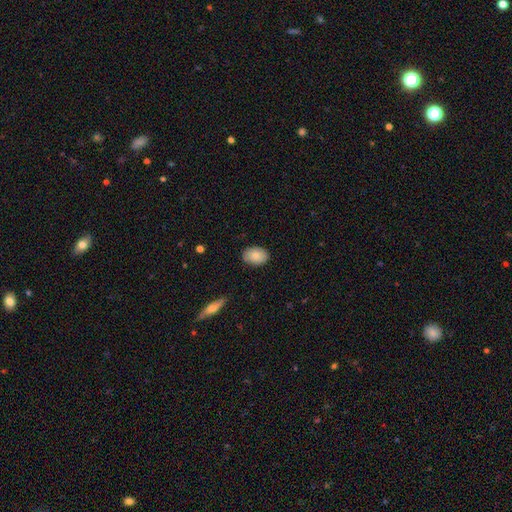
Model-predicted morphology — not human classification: Smooth or featured?
  - smooth: 82% *
  - featured or disk: 11%
  - star or artifact: 7%
How rounded?
  - in between: 82% *
  - round: 17%
  - cigar-shaped: 1%
Merging?
  - none: 83% *
  - minor disturbance: 13%
  - major disturbance: 2%
  - merger: 1%